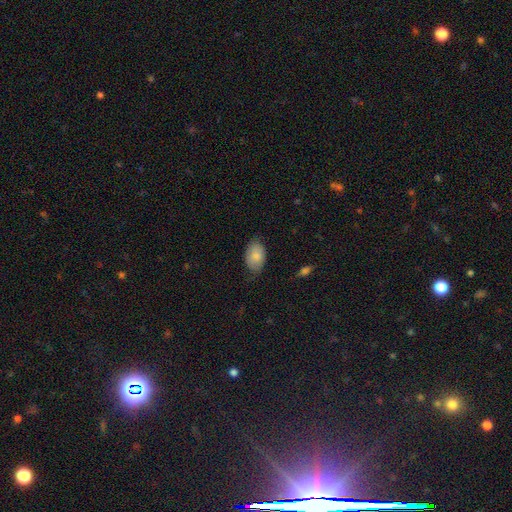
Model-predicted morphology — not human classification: Smooth or featured: smooth — 81% (featured or disk — 13%)
How rounded: in between — 91% (round — 8%)
Merging: none — 67% (minor disturbance — 26%)